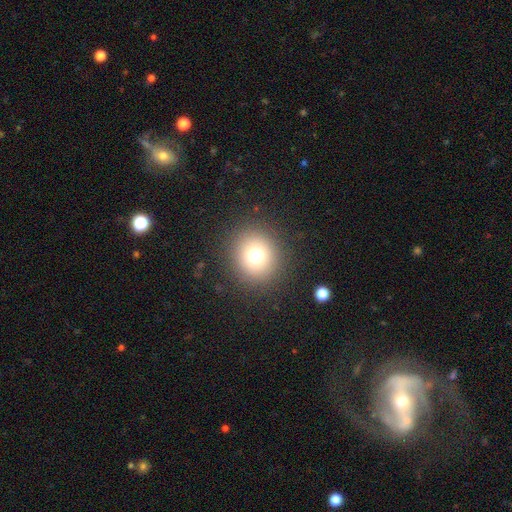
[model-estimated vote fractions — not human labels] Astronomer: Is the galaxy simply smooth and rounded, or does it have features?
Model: smooth — 73%.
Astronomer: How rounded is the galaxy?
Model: round — 86%.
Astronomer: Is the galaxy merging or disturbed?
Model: none — 89%.